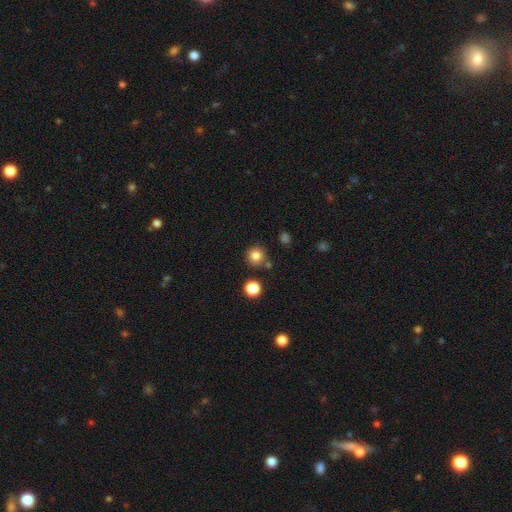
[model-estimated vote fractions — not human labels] smooth 82%, star or artifact 13%, featured or disk 5%. Down the decision tree: how rounded — round (93%); merging — none (82%).